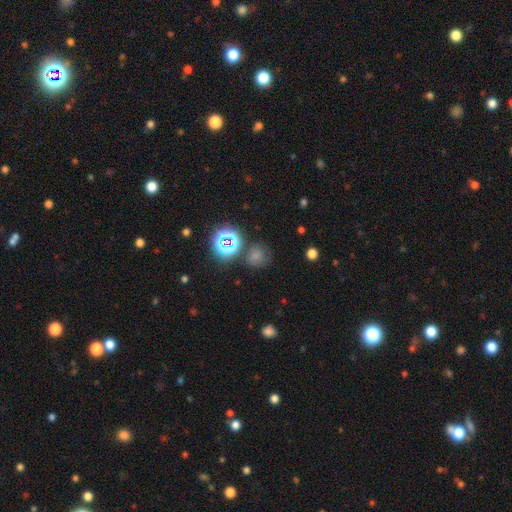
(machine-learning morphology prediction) type=smooth (61%); roundness=round (84%); merging=none (67%).